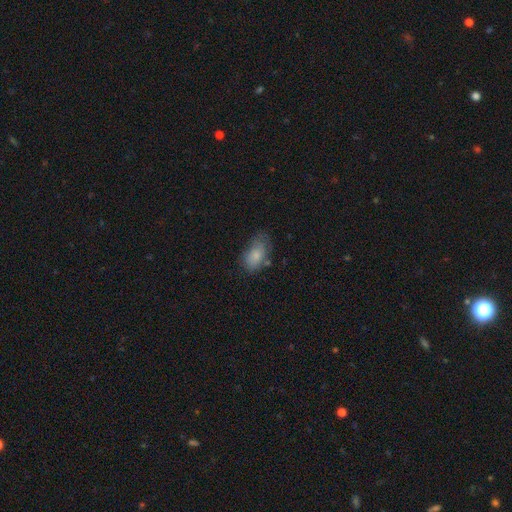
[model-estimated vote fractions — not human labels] smooth_or_featured: smooth (p=0.80) [alt: featured or disk p=0.12]
how_rounded: in between (p=0.91) [alt: round p=0.07]
merging: none (p=0.52) [alt: minor disturbance p=0.32]